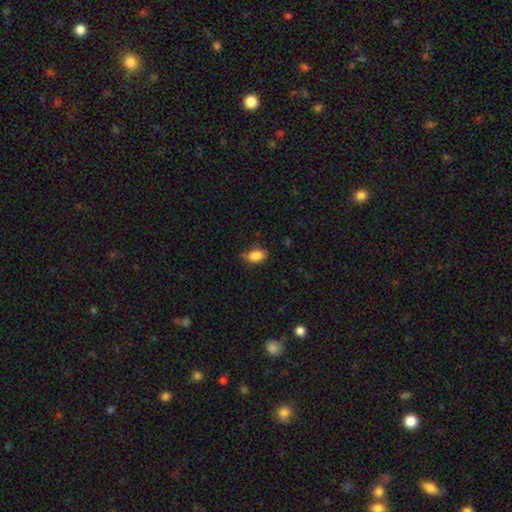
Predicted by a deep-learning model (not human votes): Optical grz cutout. It shows a smooth galaxy with no disk features (86%) that is in between round and cigar-shaped (85%). Merging: none (67%).